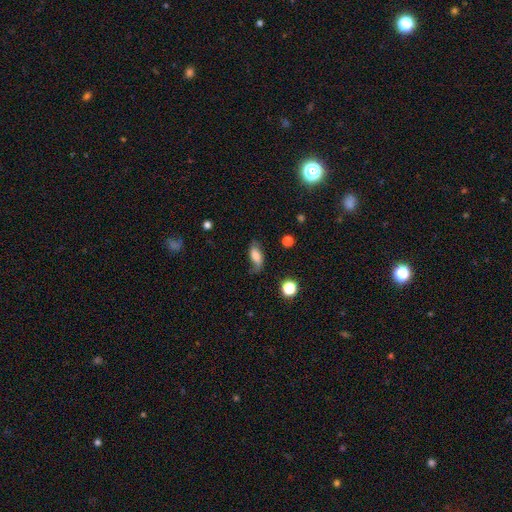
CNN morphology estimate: Smooth or featured? smooth (58%)
How rounded? in between (82%)
Merging? none (51%)